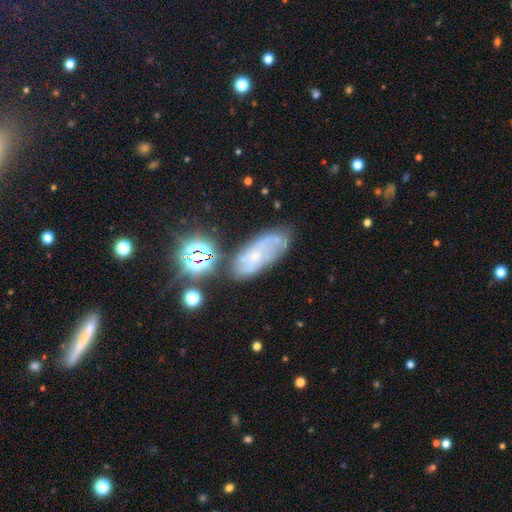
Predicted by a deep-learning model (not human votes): Smooth or featured: featured or disk — 55% (smooth — 28%)
Edge-on disk: no — 91% (yes — 9%)
Bar: no — 72% (weak — 23%)
Spiral arms: yes — 74% (no — 26%)
Bulge size: small — 72% (none — 13%)
Merging: none — 61% (minor disturbance — 22%)